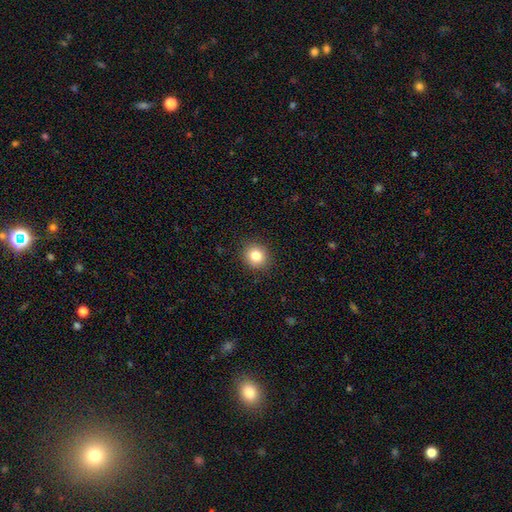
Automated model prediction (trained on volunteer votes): The model was most divided on "how rounded": round: 84%, in between: 15%, cigar-shaped: 1%. More confident: merging — none (91%); smooth or featured — smooth (82%).